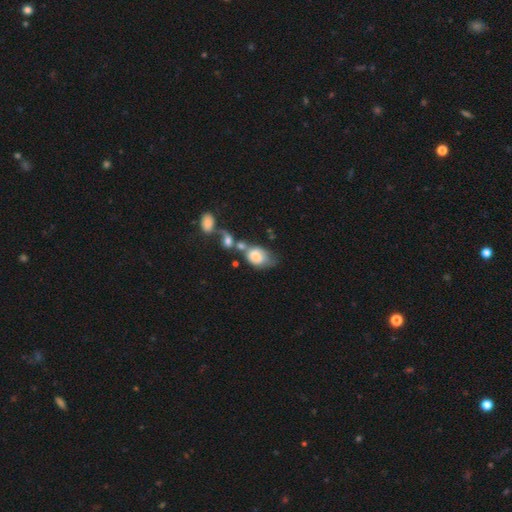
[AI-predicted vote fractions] smooth_or_featured: smooth (p=0.65) [alt: featured or disk p=0.27]
how_rounded: in between (p=0.73) [alt: round p=0.25]
merging: merger (p=0.38) [alt: none p=0.22]